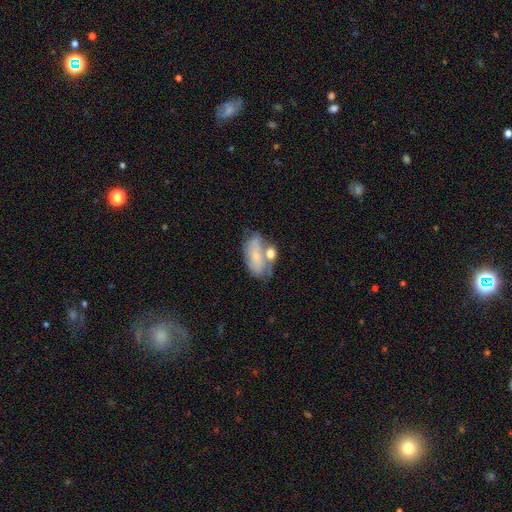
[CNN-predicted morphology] Q: Smooth or featured?
A: smooth (56%); runner-up: featured or disk (36%)
Q: How rounded?
A: in between (87%); runner-up: round (7%)
Q: Merging?
A: none (36%); runner-up: merger (33%)